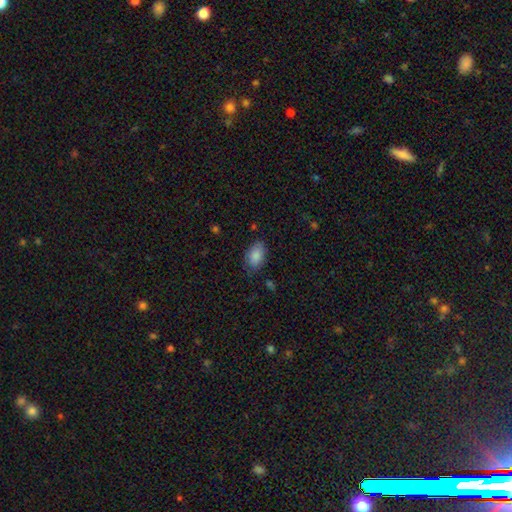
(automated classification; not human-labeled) Smooth or featured? smooth (87%)
How rounded? in between (92%)
Merging? none (74%)